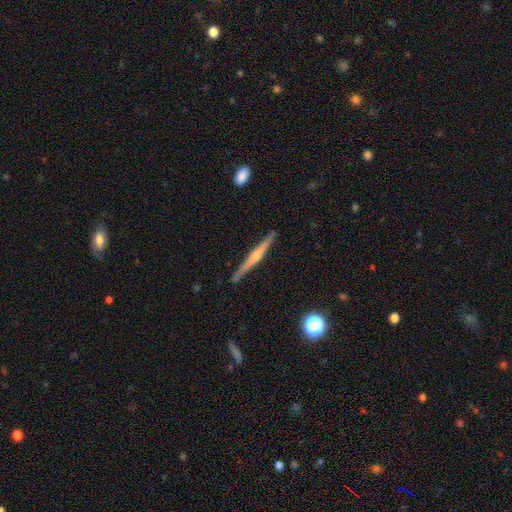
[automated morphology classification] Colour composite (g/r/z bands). It shows a featured or disk galaxy (78%) viewed edge-on (98%) with a rounded central bulge (85%). Merging: none (91%).